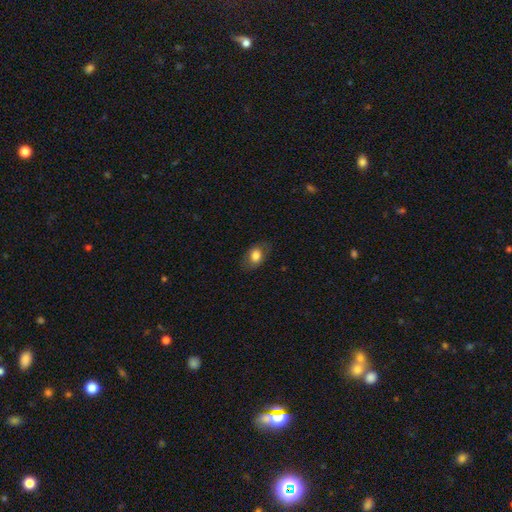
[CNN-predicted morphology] Smooth or featured? Predicted: smooth (p=0.78). How rounded? Predicted: in between (p=0.73). Merging? Predicted: none (p=0.78).